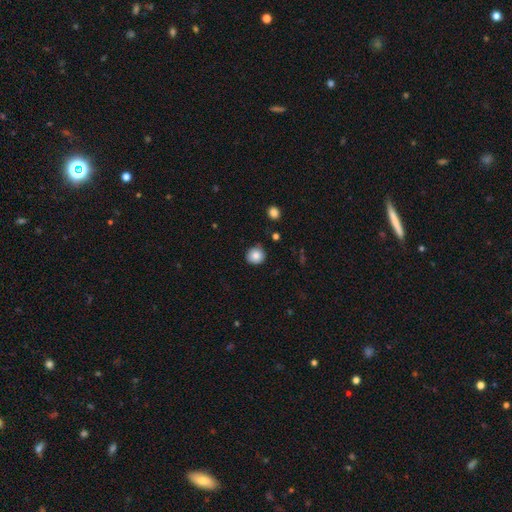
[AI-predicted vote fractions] Morphology: type=smooth (83%); roundness=round (91%); merging=none (84%).